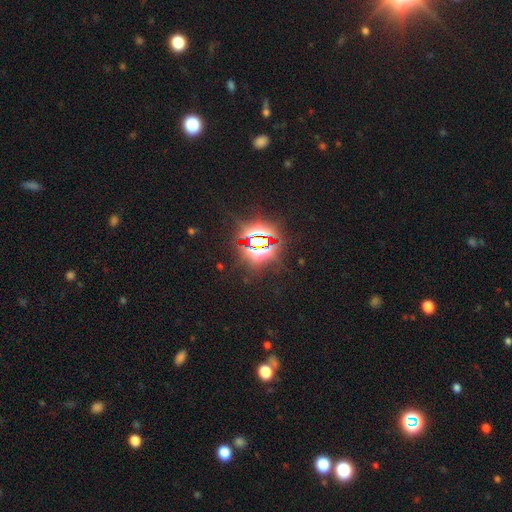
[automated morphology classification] This appears to be a star or artifact, not a galaxy (81%).